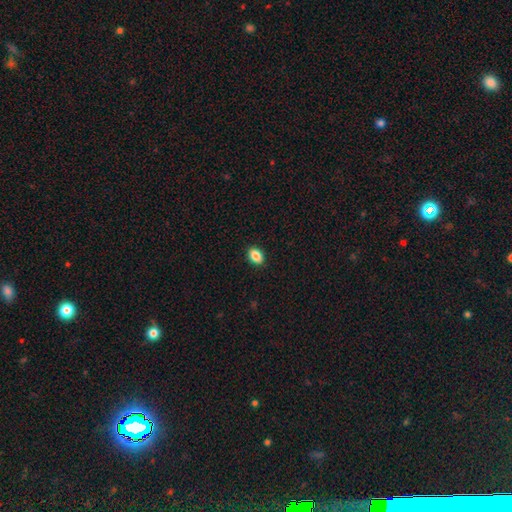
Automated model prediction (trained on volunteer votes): Smooth or featured? Predicted: smooth (p=0.87). How rounded? Predicted: in between (p=0.79). Merging? Predicted: none (p=0.91).